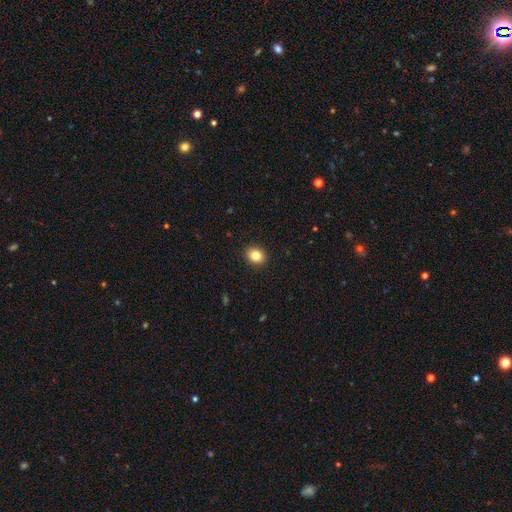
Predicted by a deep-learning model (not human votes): Smooth or featured? Predicted: smooth (p=0.84). How rounded? Predicted: round (p=0.57). Merging? Predicted: none (p=0.91).